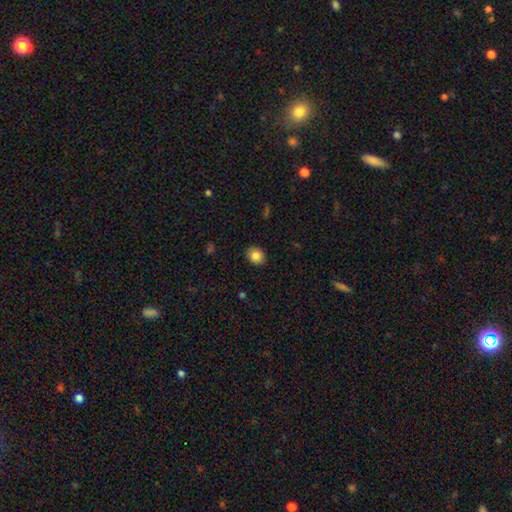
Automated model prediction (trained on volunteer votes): smooth 83%, star or artifact 9%, featured or disk 7%. Down the decision tree: how rounded — round (64%); merging — none (90%).